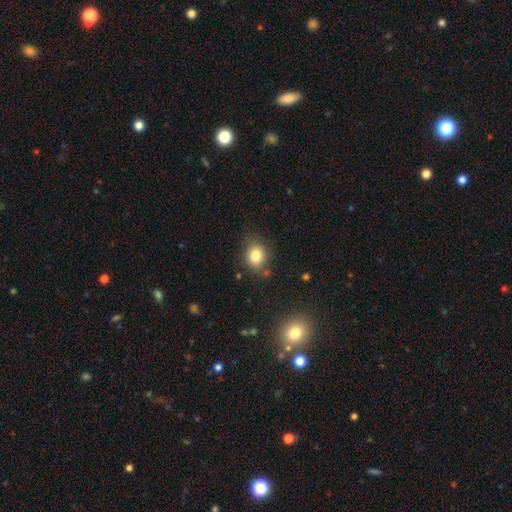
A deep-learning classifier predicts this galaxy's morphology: A smooth galaxy with no disk features (82%) that is round (58%). Merging: none (78%).